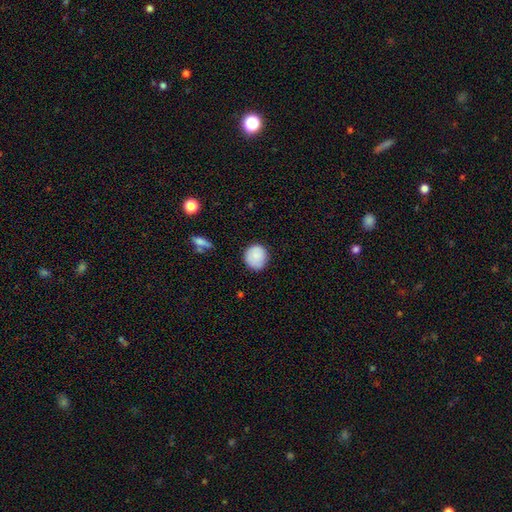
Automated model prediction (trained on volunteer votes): Smooth or featured? smooth (86%)
How rounded? round (86%)
Merging? none (83%)